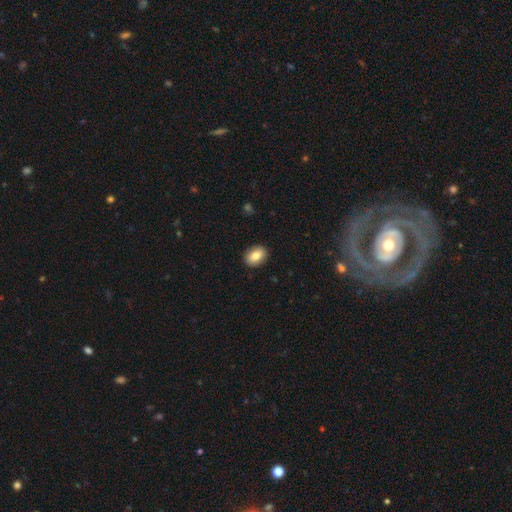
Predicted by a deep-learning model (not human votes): Smooth or featured? smooth (83%)
How rounded? in between (76%)
Merging? none (90%)